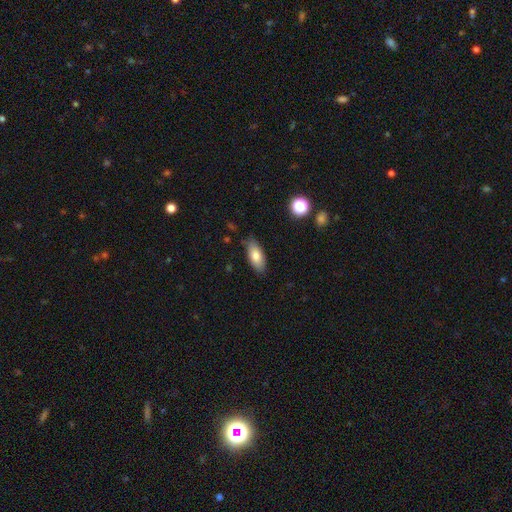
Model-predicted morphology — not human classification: A smooth galaxy with no disk features (78%) that is in between round and cigar-shaped (82%).

Vote fractions:
- Smooth or featured? smooth: 78% / featured or disk: 14% / star or artifact: 7%
- How rounded? in between: 82% / cigar-shaped: 15% / round: 3%
- Merging? none: 83% / minor disturbance: 13% / major disturbance: 2% / merger: 2%